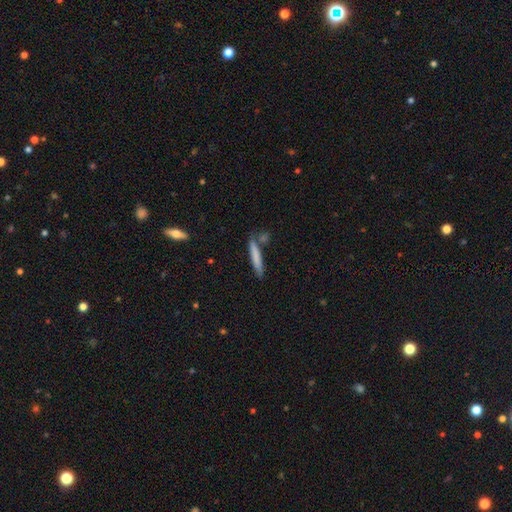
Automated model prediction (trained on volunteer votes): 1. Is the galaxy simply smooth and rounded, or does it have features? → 76% smooth, 18% featured or disk, 6% star or artifact.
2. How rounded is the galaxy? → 93% cigar-shaped, 6% in between, 1% round.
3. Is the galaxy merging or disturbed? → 75% none, 12% minor disturbance, 10% merger, 3% major disturbance.